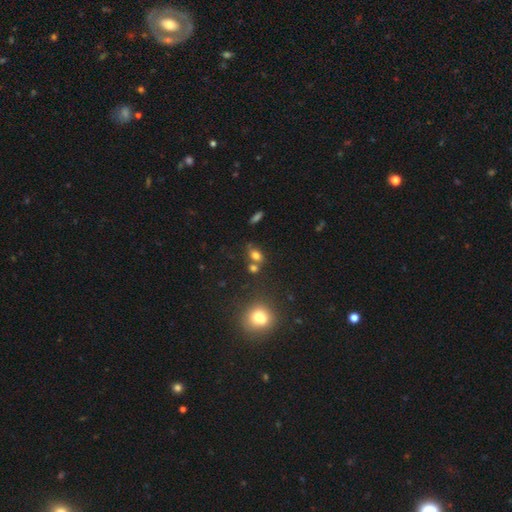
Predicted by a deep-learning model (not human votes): Smooth or featured? smooth (73%)
How rounded? in between (61%)
Merging? none (48%)